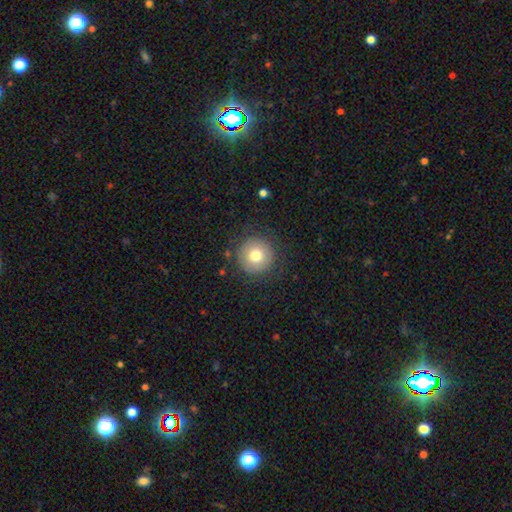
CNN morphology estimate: This appears to be a smooth galaxy with no disk features (74%) that is round (96%). Merging: none (88%).